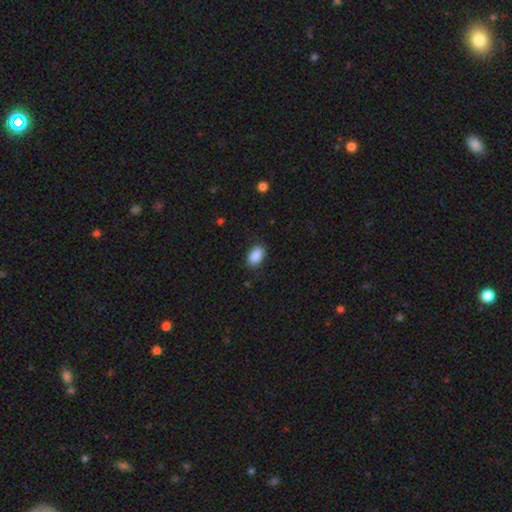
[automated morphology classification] smooth 90%, star or artifact 7%, featured or disk 3%. Down the decision tree: how rounded — in between (91%); merging — none (85%).